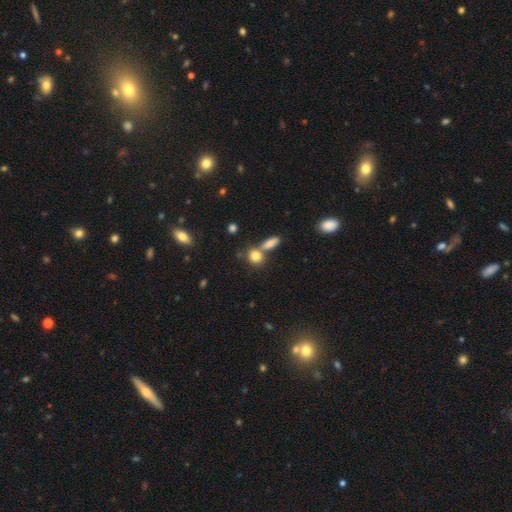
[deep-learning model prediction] A smooth galaxy with no disk features (82%) that is round (54%). Merging: none (50%).